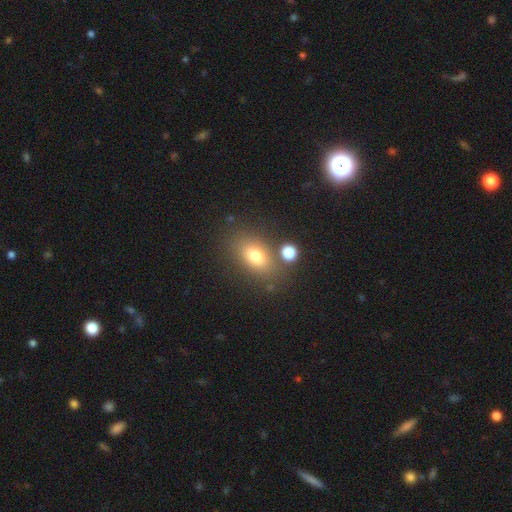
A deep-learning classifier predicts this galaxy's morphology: A smooth galaxy with no disk features (75%) that is in between round and cigar-shaped (82%). Merging: none (74%).